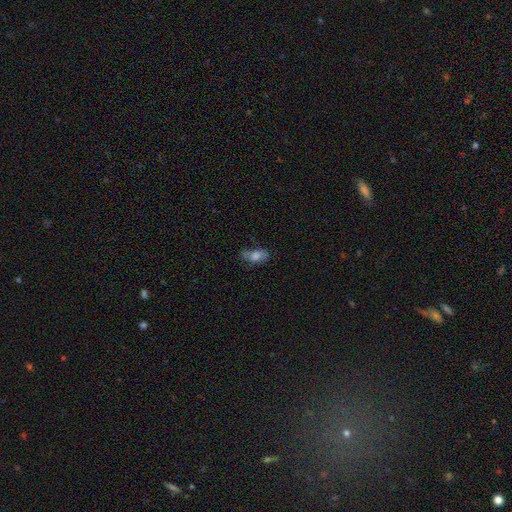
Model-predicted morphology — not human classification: Smooth or featured? Predicted: smooth (p=0.69). How rounded? Predicted: in between (p=0.86). Merging? Predicted: none (p=0.50).